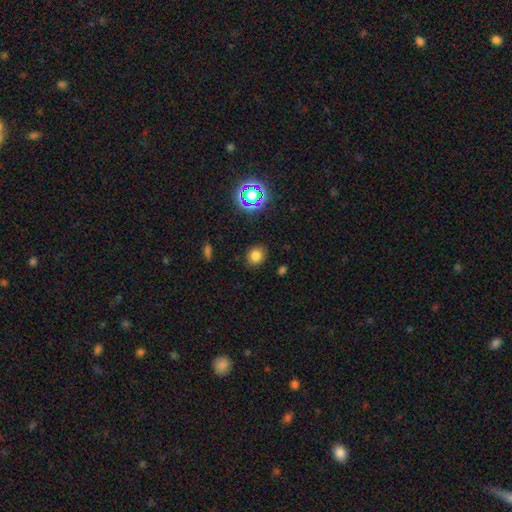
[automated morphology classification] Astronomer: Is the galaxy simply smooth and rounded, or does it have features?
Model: smooth — 77%.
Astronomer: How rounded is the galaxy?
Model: round — 78%.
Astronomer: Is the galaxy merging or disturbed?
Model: none — 87%.